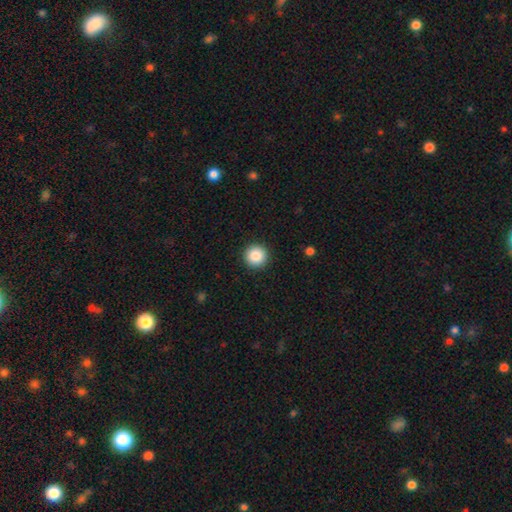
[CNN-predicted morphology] Smooth or featured? smooth (87%)
How rounded? round (96%)
Merging? none (93%)